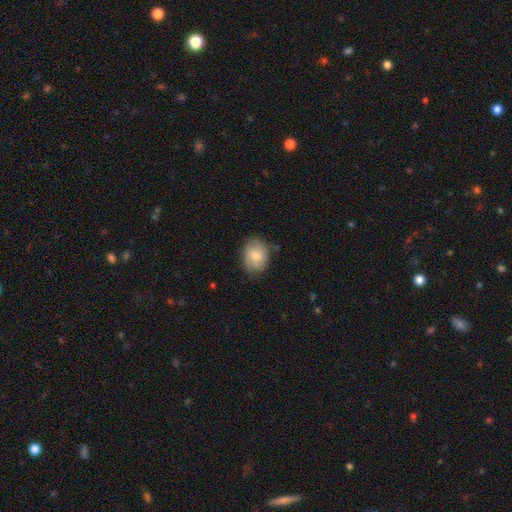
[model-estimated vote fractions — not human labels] Smooth or featured? smooth (75%)
How rounded? in between (58%)
Merging? none (73%)